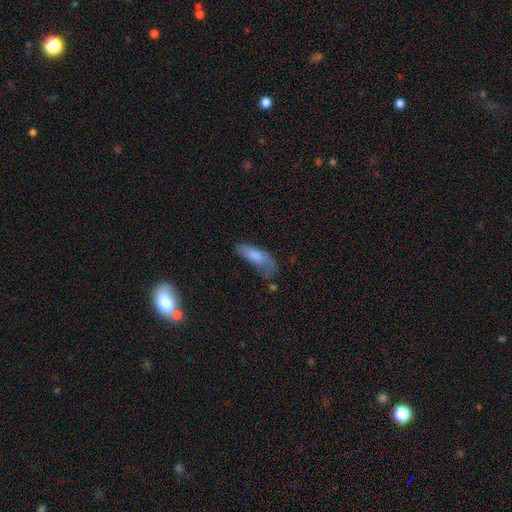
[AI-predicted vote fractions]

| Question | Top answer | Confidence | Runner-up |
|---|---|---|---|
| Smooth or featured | smooth | 74% | featured or disk (19%) |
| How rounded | in between | 70% | cigar-shaped (28%) |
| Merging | none | 35% | minor disturbance (34%) |